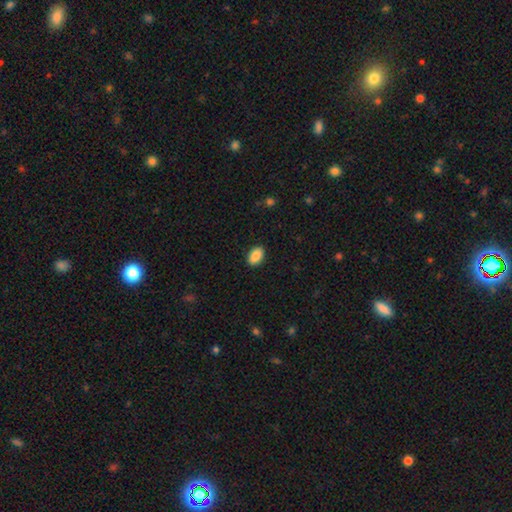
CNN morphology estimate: smooth_or_featured: smooth (p=0.89) [alt: star or artifact p=0.07]
how_rounded: in between (p=0.91) [alt: round p=0.08]
merging: none (p=0.90) [alt: minor disturbance p=0.07]